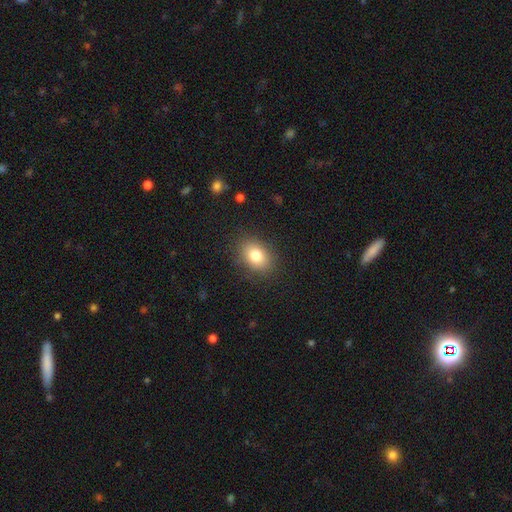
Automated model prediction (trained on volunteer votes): Smooth or featured?
  - smooth: 81% *
  - featured or disk: 10%
  - star or artifact: 9%
How rounded?
  - in between: 74% *
  - round: 25%
  - cigar-shaped: 1%
Merging?
  - none: 86% *
  - minor disturbance: 10%
  - major disturbance: 3%
  - merger: 1%